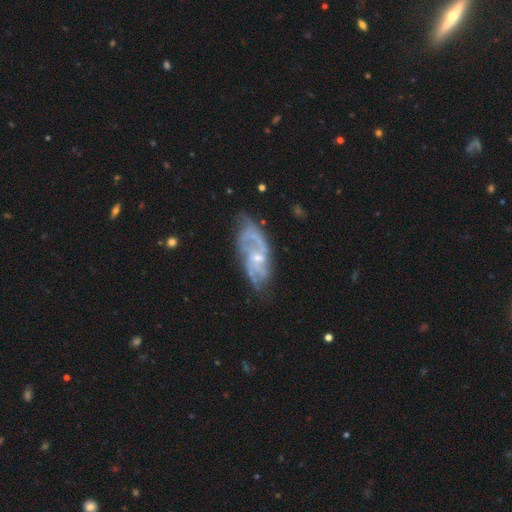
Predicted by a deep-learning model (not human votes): Smooth or featured? Predicted: featured or disk (p=0.84). Edge-on disk? Predicted: no (p=0.93). Bar? Predicted: no (p=0.50). Spiral arms? Predicted: yes (p=0.94). Spiral winding? Predicted: medium (p=0.47). Spiral arm count? Predicted: 2 (p=0.51). Bulge size? Predicted: small (p=0.60). Merging? Predicted: none (p=0.68).